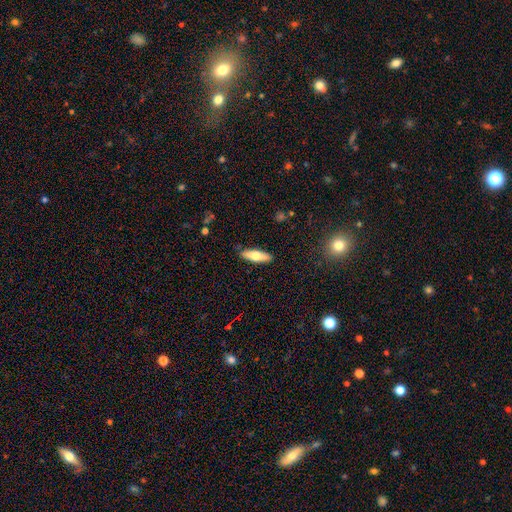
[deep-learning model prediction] smooth 63%, featured or disk 31%, star or artifact 6%. Down the decision tree: how rounded — cigar-shaped (54%); merging — none (88%).